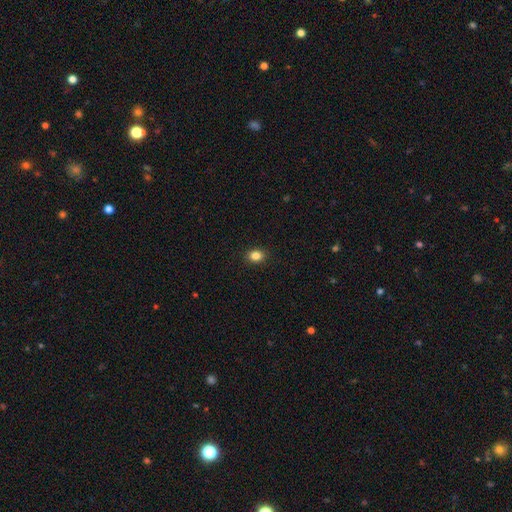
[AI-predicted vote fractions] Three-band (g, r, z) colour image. It shows a smooth galaxy with no disk features (85%) that is in between round and cigar-shaped (52%). Merging: none (91%).